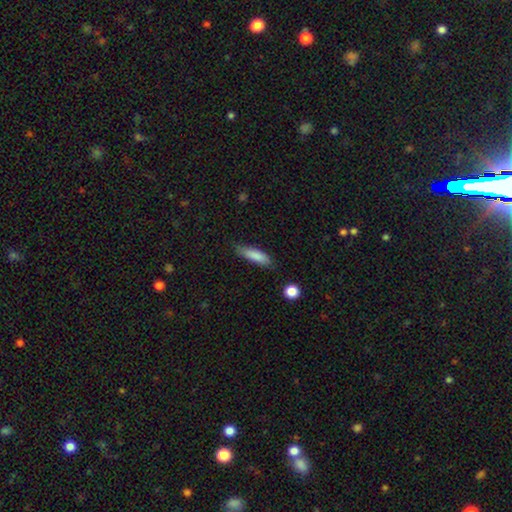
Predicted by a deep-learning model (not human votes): A smooth galaxy with no disk features (83%) that is cigar-shaped (61%). Merging: none (73%).